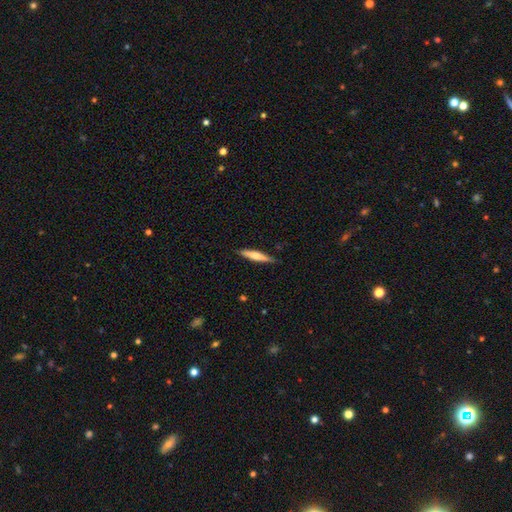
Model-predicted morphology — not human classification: The model was most divided on "smooth or featured": smooth: 50%, featured or disk: 44%, star or artifact: 5%. More confident: merging — none (88%); how rounded — cigar-shaped (88%).